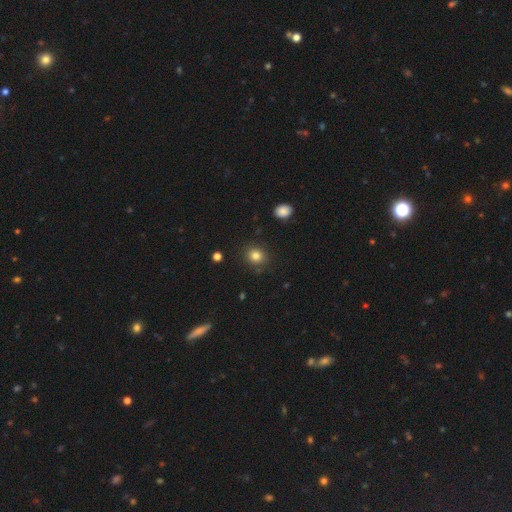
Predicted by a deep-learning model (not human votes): The model was most divided on "how rounded": round: 80%, in between: 19%, cigar-shaped: 1%. More confident: merging — none (86%); smooth or featured — smooth (83%).